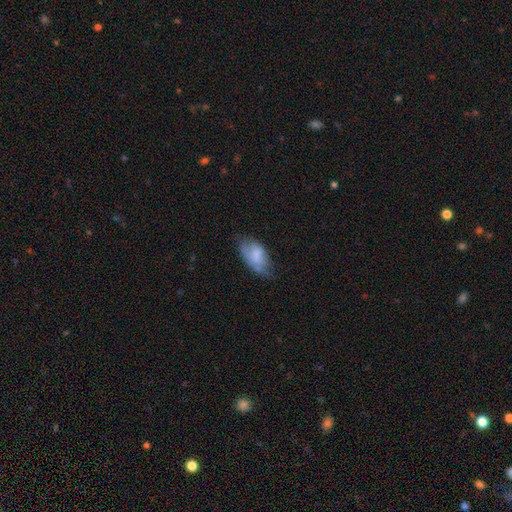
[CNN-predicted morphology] Smooth or featured? smooth (66%)
How rounded? in between (93%)
Merging? none (45%)